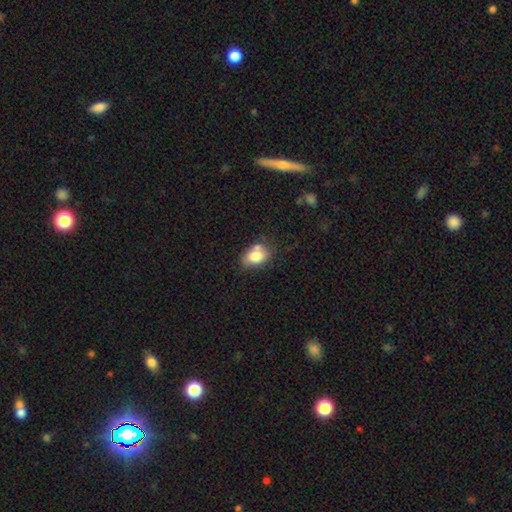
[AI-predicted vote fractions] Overall: smooth (79%). How rounded: in between (77%). Merging: none (52%; minor disturbance 22%).